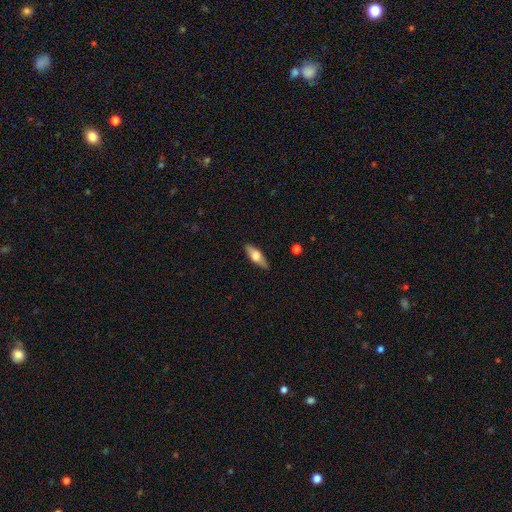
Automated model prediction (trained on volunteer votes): Smooth or featured? smooth (57%)
How rounded? in between (59%)
Merging? none (87%)